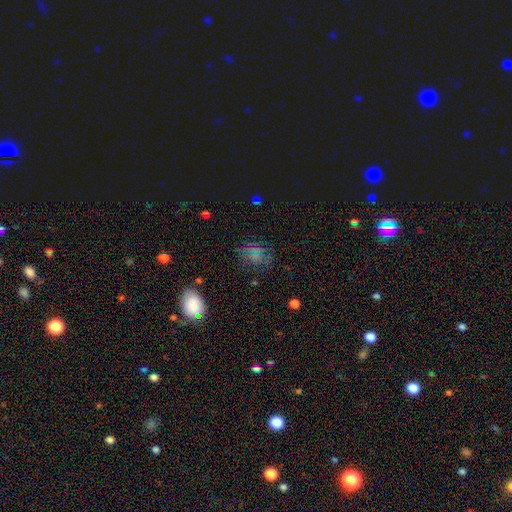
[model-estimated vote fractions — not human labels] A smooth galaxy with no disk features (50%).

Vote fractions:
- Smooth or featured? smooth: 50% / star or artifact: 36% / featured or disk: 14%
- Merging? none: 72% / minor disturbance: 16% / major disturbance: 8% / merger: 3%